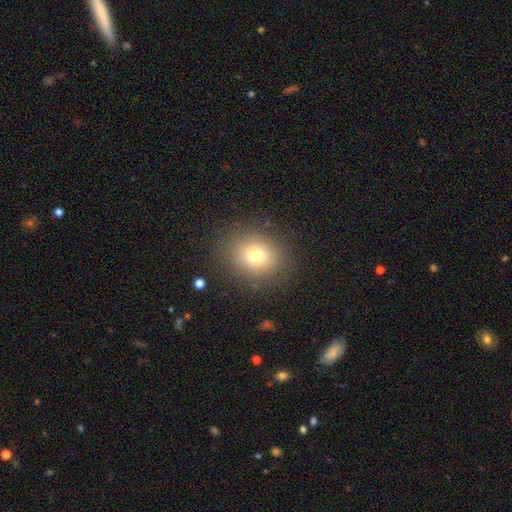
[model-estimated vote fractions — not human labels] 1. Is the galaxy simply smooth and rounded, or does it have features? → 73% smooth, 15% star or artifact, 12% featured or disk.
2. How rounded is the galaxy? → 67% round, 32% in between, 1% cigar-shaped.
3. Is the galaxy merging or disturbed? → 84% none, 10% minor disturbance, 5% major disturbance, 1% merger.